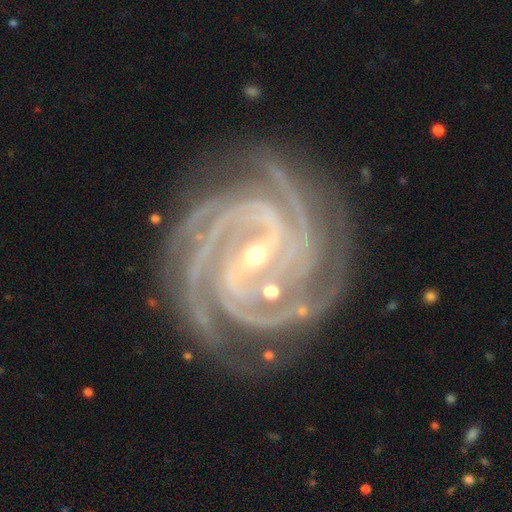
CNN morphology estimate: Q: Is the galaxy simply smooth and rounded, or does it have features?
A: featured or disk — 94%.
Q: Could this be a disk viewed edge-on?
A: no — 98%.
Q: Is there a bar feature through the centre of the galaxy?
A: strong — 46%.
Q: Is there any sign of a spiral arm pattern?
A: yes — 99%.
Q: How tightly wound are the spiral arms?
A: tight — 74%.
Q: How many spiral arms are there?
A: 4 — 33%.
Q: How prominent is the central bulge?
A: small — 69%.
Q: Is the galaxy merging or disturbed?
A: none — 75%.